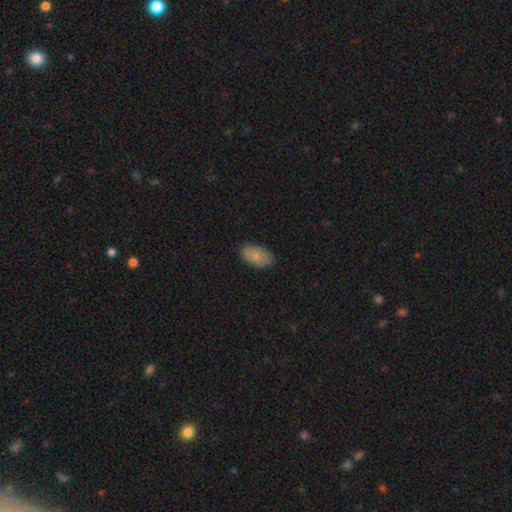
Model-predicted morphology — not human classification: Smooth or featured: smooth — 75% (featured or disk — 18%)
How rounded: in between — 91% (round — 7%)
Merging: none — 82% (minor disturbance — 14%)